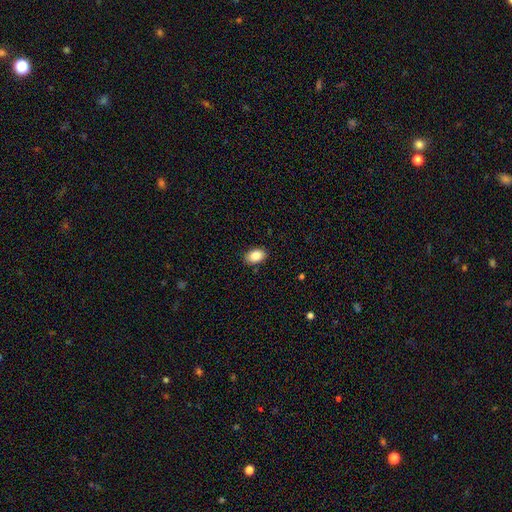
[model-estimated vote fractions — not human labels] Smooth or featured?
  - smooth: 86% *
  - star or artifact: 8%
  - featured or disk: 6%
How rounded?
  - in between: 87% *
  - round: 12%
  - cigar-shaped: 1%
Merging?
  - none: 88% *
  - minor disturbance: 9%
  - major disturbance: 2%
  - merger: 1%